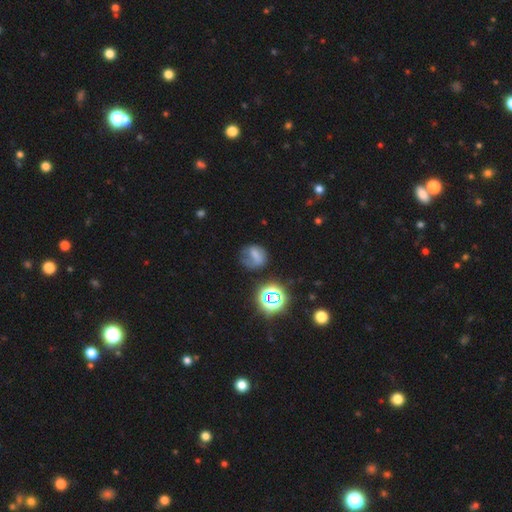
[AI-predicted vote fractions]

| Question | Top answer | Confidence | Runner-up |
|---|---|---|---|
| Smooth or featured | smooth | 53% | star or artifact (24%) |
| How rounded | round | 62% | in between (36%) |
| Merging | none | 48% | minor disturbance (27%) |